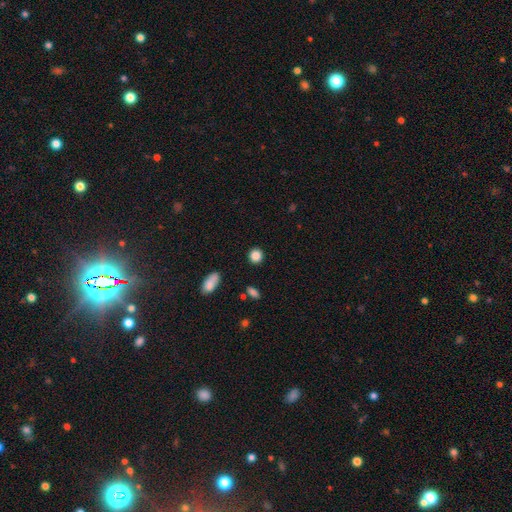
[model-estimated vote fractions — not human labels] Smooth or featured?
  - smooth: 87% *
  - star or artifact: 10%
  - featured or disk: 4%
How rounded?
  - round: 88% *
  - in between: 11%
  - cigar-shaped: 1%
Merging?
  - none: 90% *
  - minor disturbance: 6%
  - major disturbance: 2%
  - merger: 2%